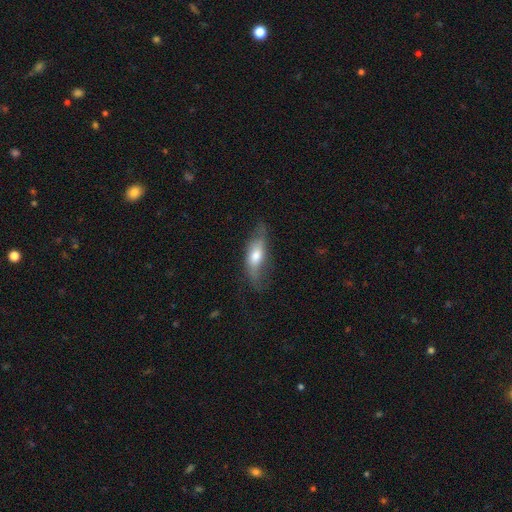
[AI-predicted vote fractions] Smooth or featured? smooth (56%)
How rounded? in between (64%)
Merging? none (56%)